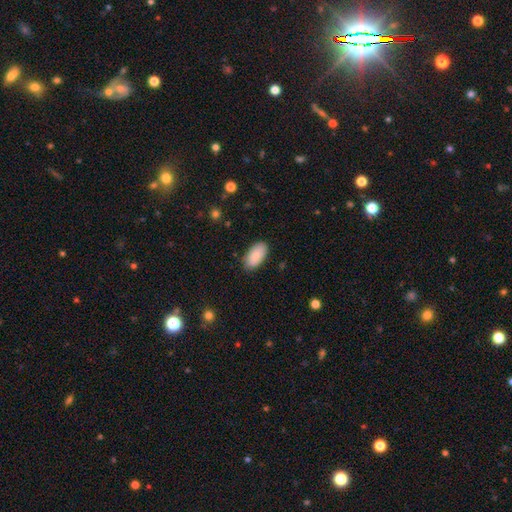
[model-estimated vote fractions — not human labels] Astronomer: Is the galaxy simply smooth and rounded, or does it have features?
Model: smooth — 89%.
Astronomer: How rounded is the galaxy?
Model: in between — 95%.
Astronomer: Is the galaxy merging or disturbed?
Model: none — 85%.